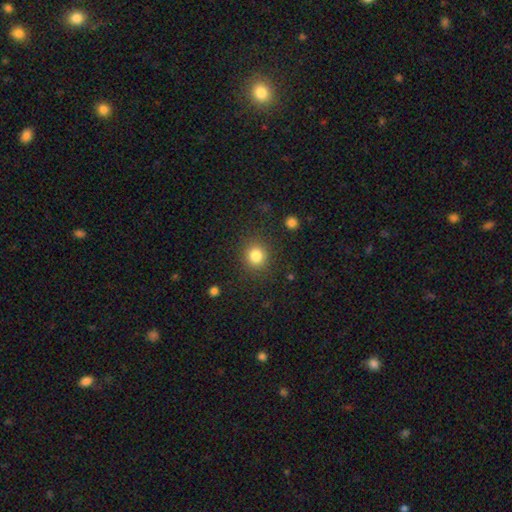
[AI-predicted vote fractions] Smooth or featured? smooth (83%)
How rounded? round (88%)
Merging? none (87%)